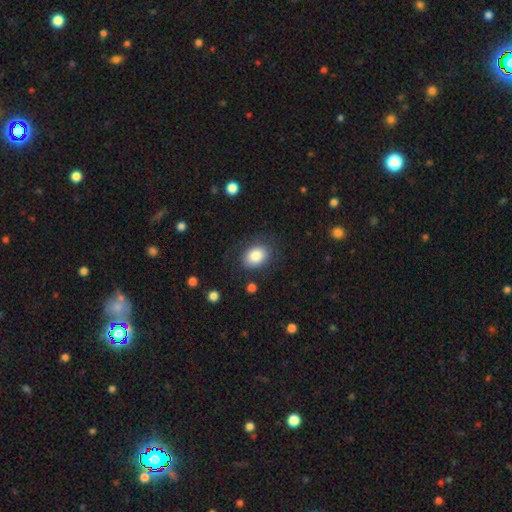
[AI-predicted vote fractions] Overall: smooth (84%). How rounded: in between (67%; round 32%). Merging: none (78%).